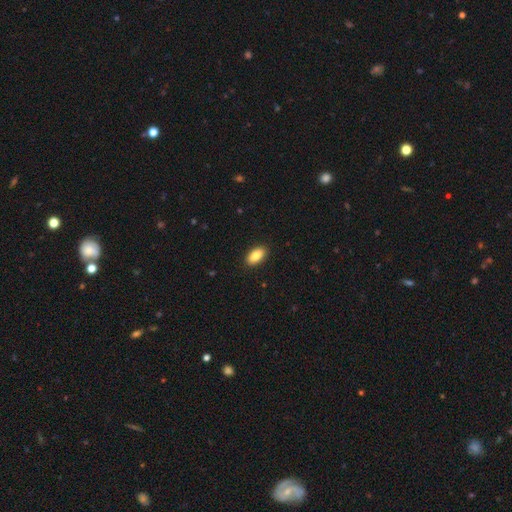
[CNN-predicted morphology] This is clearly a smooth galaxy (87%). How rounded: clearly in between (93%). Merging: clearly none (90%).